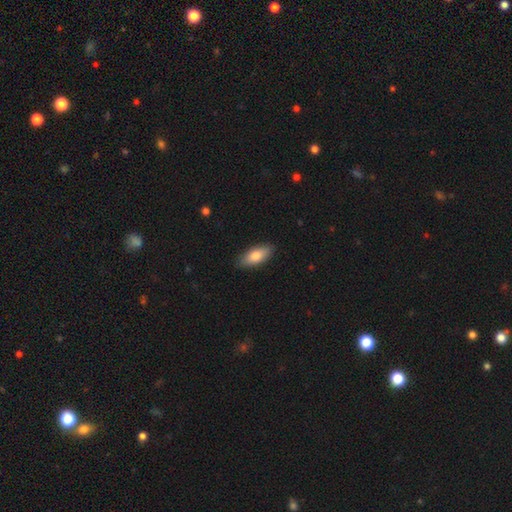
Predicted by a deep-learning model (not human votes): The model was most divided on "smooth or featured": smooth: 80%, featured or disk: 14%, star or artifact: 6%. More confident: merging — none (87%); how rounded — in between (83%).